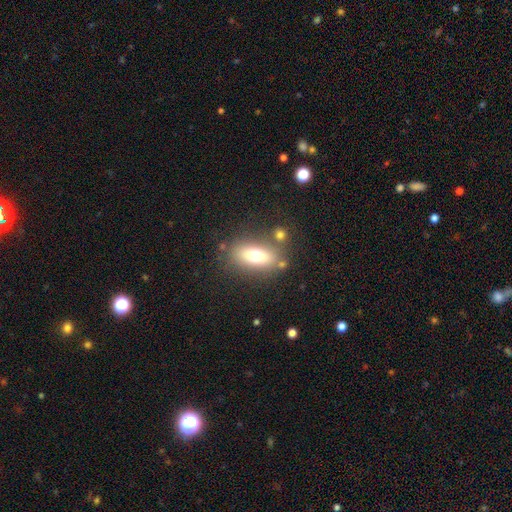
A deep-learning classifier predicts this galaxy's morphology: Smooth or featured? Predicted: smooth (p=0.71). How rounded? Predicted: in between (p=0.78). Merging? Predicted: none (p=0.75).